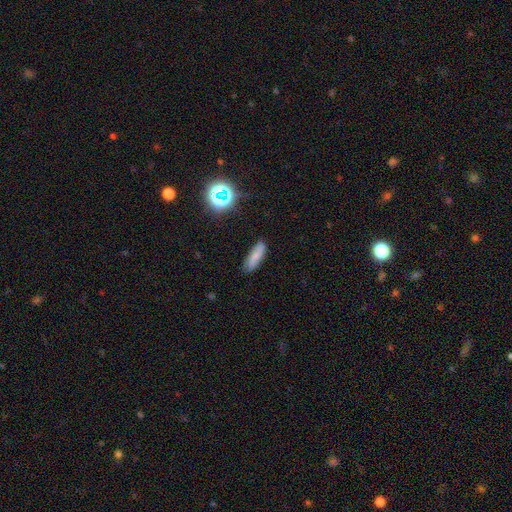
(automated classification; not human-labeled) smooth-or-featured: smooth: 71% | featured or disk: 18% | star or artifact: 11%
  how-rounded: cigar-shaped: 58% | in between: 40% | round: 3%
  merging: none: 82% | minor disturbance: 14% | major disturbance: 3% | merger: 2%